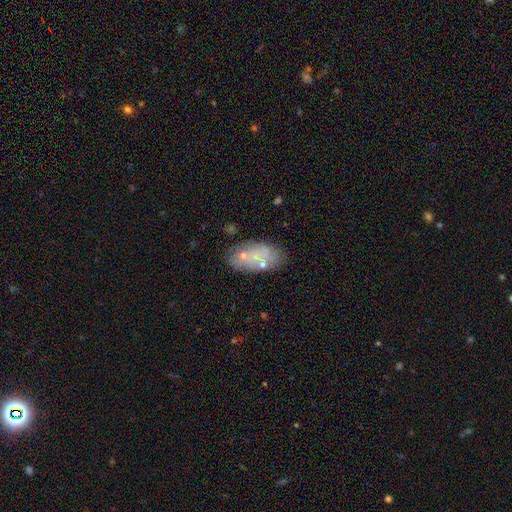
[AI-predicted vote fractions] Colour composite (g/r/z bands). It shows a smooth galaxy with no disk features (46%). Merging: none (62%).